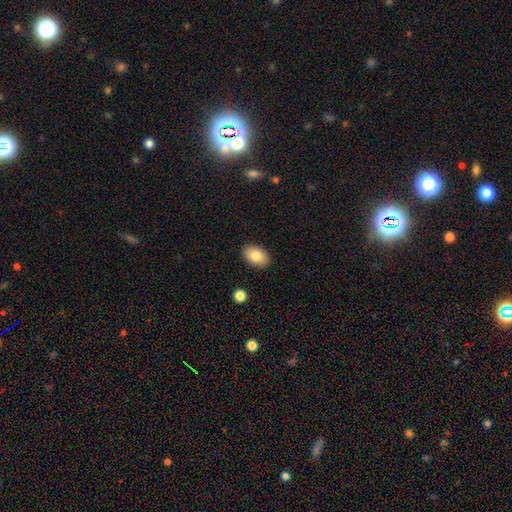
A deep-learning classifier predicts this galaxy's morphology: Smooth or featured? smooth (83%)
How rounded? in between (92%)
Merging? none (89%)